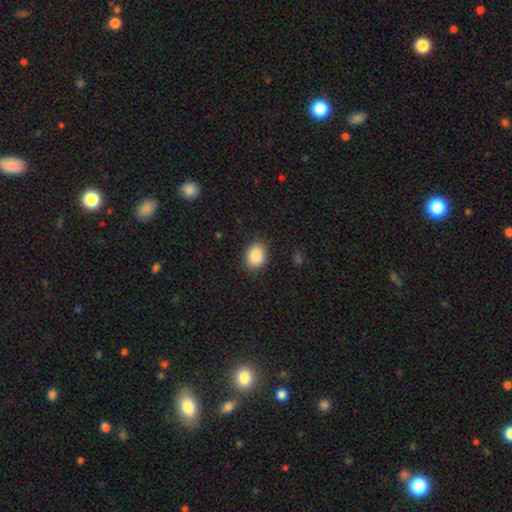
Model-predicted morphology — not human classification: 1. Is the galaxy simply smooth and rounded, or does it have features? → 87% smooth, 8% star or artifact, 5% featured or disk.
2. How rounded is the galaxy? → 59% in between, 40% round, 1% cigar-shaped.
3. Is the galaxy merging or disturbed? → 85% none, 11% minor disturbance, 3% major disturbance, 1% merger.